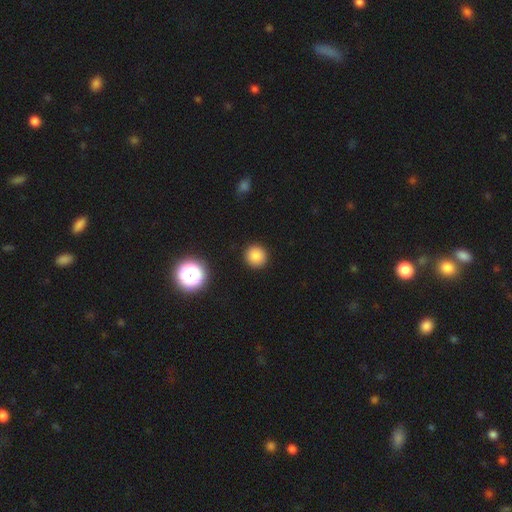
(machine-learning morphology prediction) The model was most divided on "smooth or featured": smooth: 83%, star or artifact: 13%, featured or disk: 5%. More confident: how rounded — round (94%); merging — none (92%).